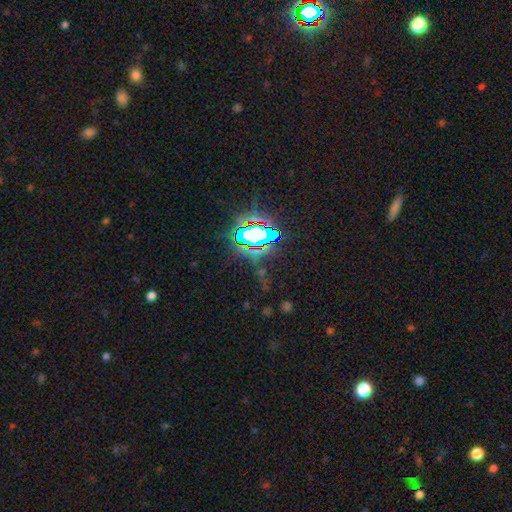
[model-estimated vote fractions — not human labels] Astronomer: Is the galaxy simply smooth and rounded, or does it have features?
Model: star or artifact — 82%.